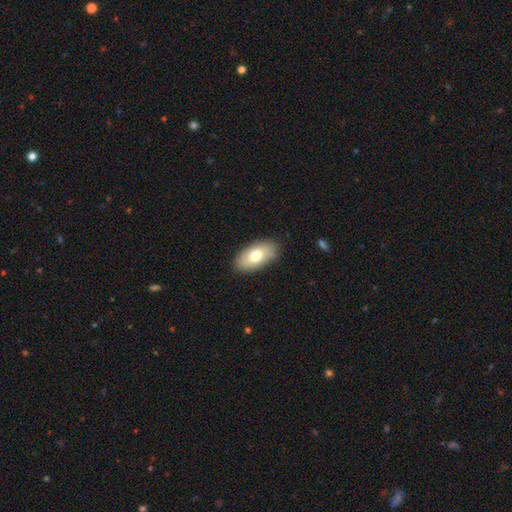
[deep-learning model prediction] Smooth or featured? smooth (73%)
How rounded? in between (93%)
Merging? none (86%)